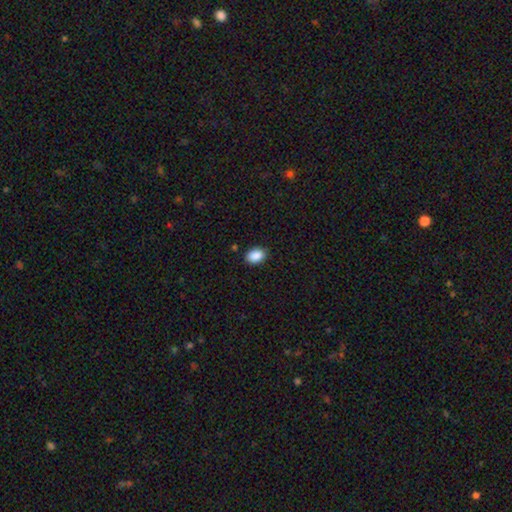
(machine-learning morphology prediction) Smooth or featured? smooth (90%)
How rounded? in between (83%)
Merging? none (88%)